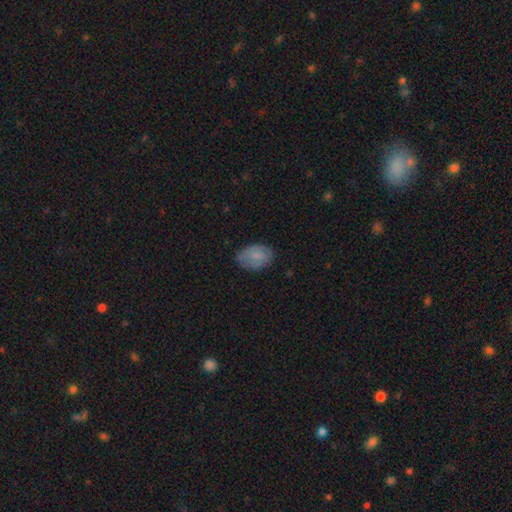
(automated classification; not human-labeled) Smooth or featured? Predicted: smooth (p=0.75). How rounded? Predicted: in between (p=0.83). Merging? Predicted: none (p=0.68).